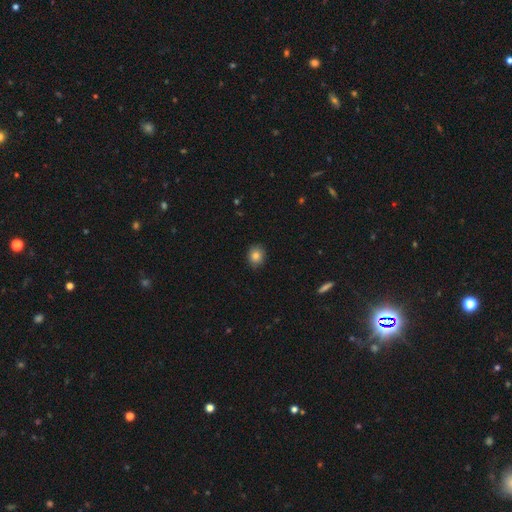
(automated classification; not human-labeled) Smooth or featured?
  - smooth: 83% *
  - star or artifact: 10%
  - featured or disk: 7%
How rounded?
  - round: 73% *
  - in between: 26%
  - cigar-shaped: 1%
Merging?
  - none: 88% *
  - minor disturbance: 9%
  - major disturbance: 2%
  - merger: 1%